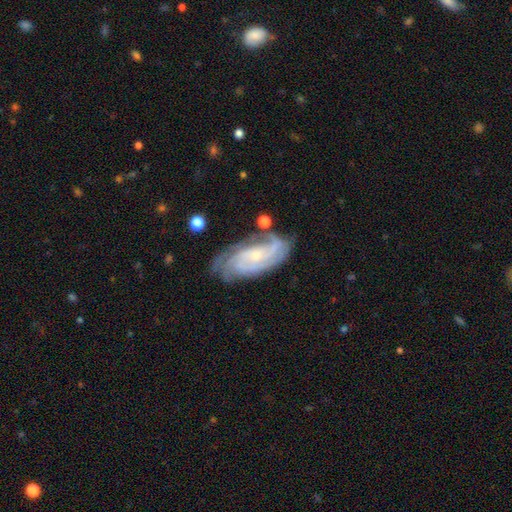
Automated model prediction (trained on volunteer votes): A featured or disk galaxy (83%) with no bar (63%), 3 (27%) tight (64%) spiral arms (96%) and a small central bulge (69%).

Vote fractions:
- Smooth or featured? featured or disk: 83% / smooth: 10% / star or artifact: 6%
- Edge-on disk? no: 93% / yes: 7%
- Bar? no: 63% / weak: 29% / strong: 8%
- Spiral arms? yes: 96% / no: 4%
- Spiral winding? tight: 64% / medium: 30% / loose: 7%
- Spiral arm count? 3: 27% / can't tell: 25% / 2: 23% / 4: 16% / more than 4: 5% / 1: 4%
- Bulge size? small: 69% / moderate: 26% / none: 3% / large: 1% / dominant: 1%
- Merging? none: 68% / minor disturbance: 21% / major disturbance: 7% / merger: 4%